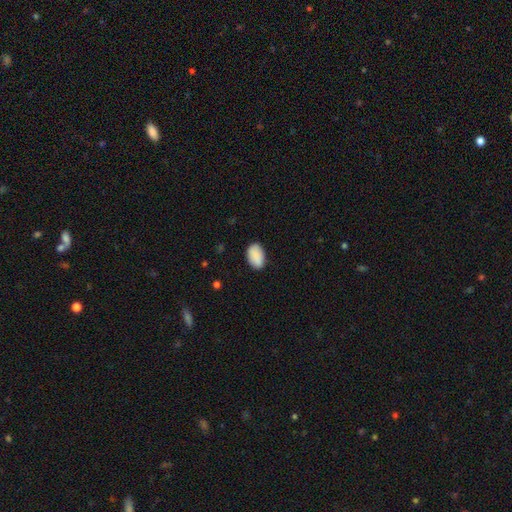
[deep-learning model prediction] A smooth galaxy with no disk features (89%) that is in between round and cigar-shaped (91%). Merging: none (82%).